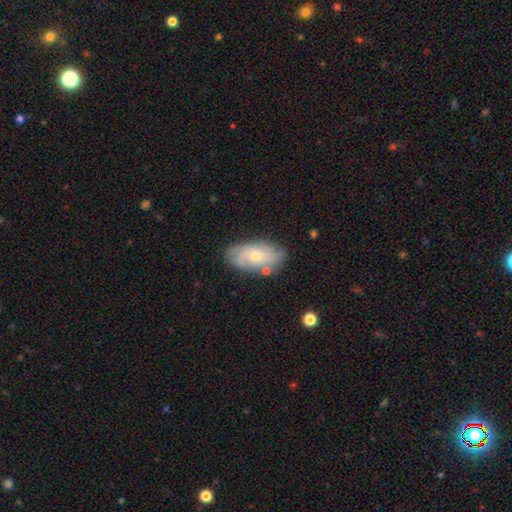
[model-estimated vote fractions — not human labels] Overall: featured or disk (55%; smooth 38%). Edge-on disk: no (93%). Bar: no (76%). Spiral arms: yes (80%). Bulge size: small (62%; moderate 33%). Merging: none (70%).